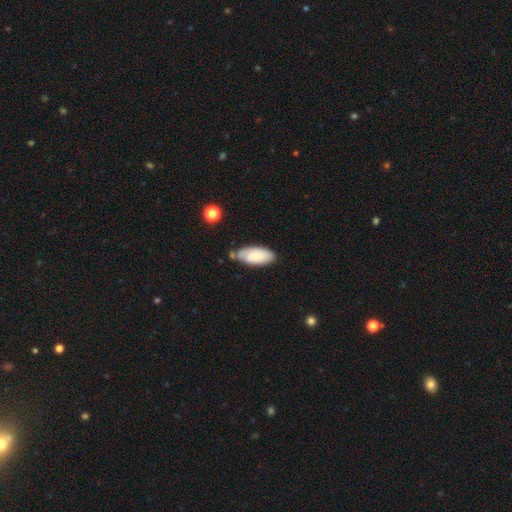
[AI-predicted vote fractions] Q: Smooth or featured?
A: smooth (72%); runner-up: featured or disk (21%)
Q: How rounded?
A: in between (87%); runner-up: cigar-shaped (11%)
Q: Merging?
A: none (60%); runner-up: minor disturbance (27%)